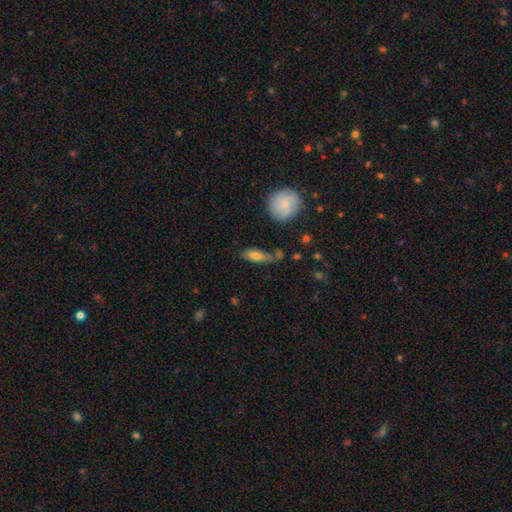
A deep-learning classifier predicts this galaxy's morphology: A smooth galaxy with no disk features (69%) that is in between round and cigar-shaped (57%). Merging: none (60%).